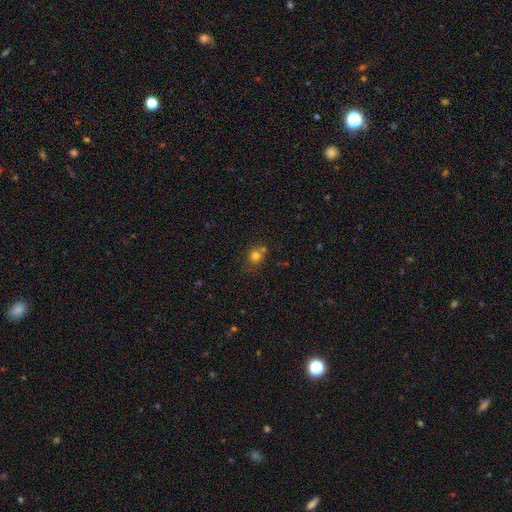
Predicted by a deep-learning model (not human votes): smooth-or-featured: smooth: 76% | star or artifact: 15% | featured or disk: 9%
  how-rounded: round: 81% | in between: 18% | cigar-shaped: 1%
  merging: none: 58% | merger: 24% | minor disturbance: 13% | major disturbance: 5%